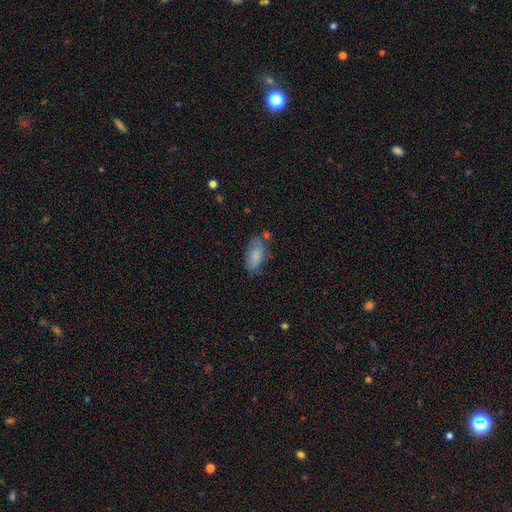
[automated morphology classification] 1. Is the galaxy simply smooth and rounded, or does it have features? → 82% smooth, 11% featured or disk, 7% star or artifact.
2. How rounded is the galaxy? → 85% in between, 12% cigar-shaped, 2% round.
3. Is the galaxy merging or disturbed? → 64% none, 23% minor disturbance, 7% merger, 6% major disturbance.